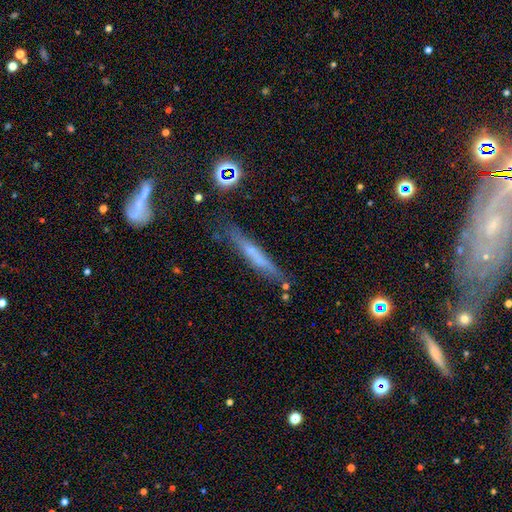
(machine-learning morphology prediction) Smooth or featured? featured or disk (48%)
Merging? none (72%)